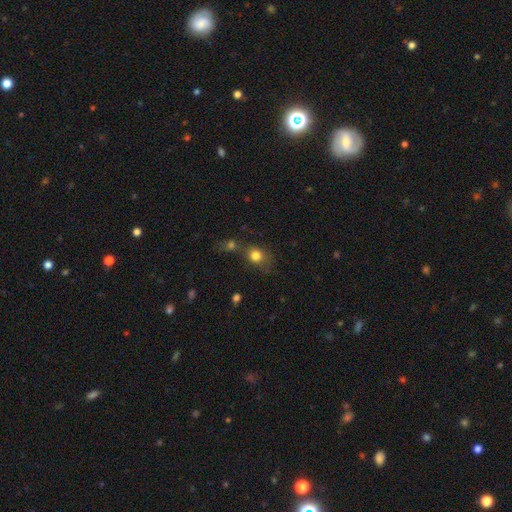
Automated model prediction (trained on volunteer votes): Smooth or featured? Predicted: smooth (p=0.80). How rounded? Predicted: round (p=0.67). Merging? Predicted: none (p=0.49).